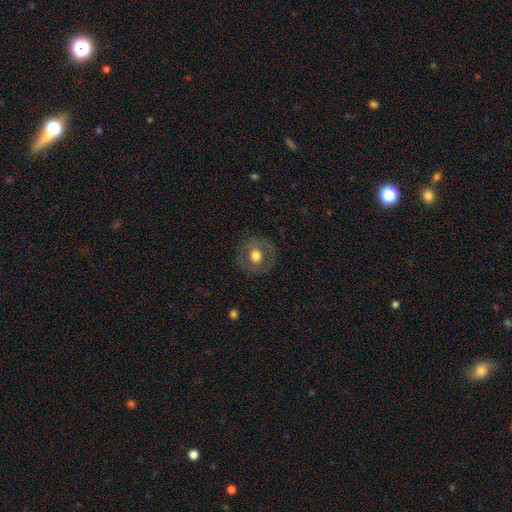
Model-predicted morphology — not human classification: Smooth or featured: smooth — 58% (featured or disk — 33%)
How rounded: round — 84% (in between — 15%)
Merging: none — 82% (minor disturbance — 12%)